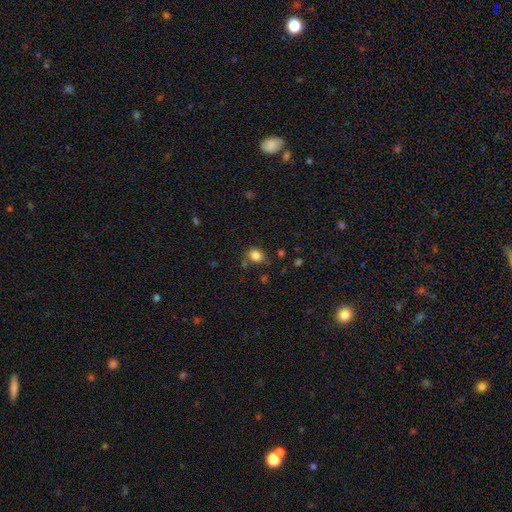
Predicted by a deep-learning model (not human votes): smooth_or_featured: smooth (p=0.83) [alt: star or artifact p=0.11]
how_rounded: in between (p=0.58) [alt: round p=0.41]
merging: none (p=0.68) [alt: minor disturbance p=0.20]